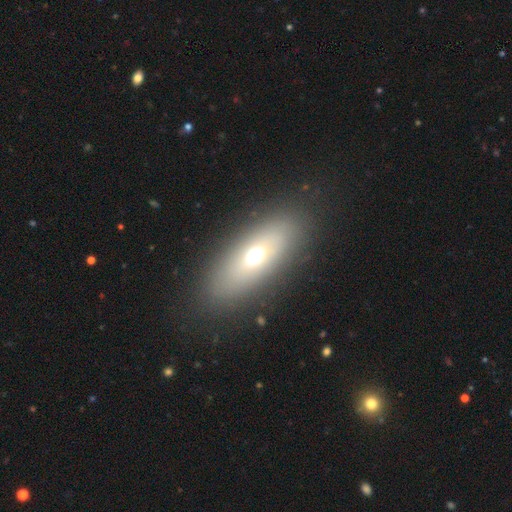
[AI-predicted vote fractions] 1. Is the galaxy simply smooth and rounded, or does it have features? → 58% smooth, 30% featured or disk, 12% star or artifact.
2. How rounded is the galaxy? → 73% in between, 20% cigar-shaped, 7% round.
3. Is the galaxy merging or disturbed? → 85% none, 8% minor disturbance, 5% major disturbance, 1% merger.